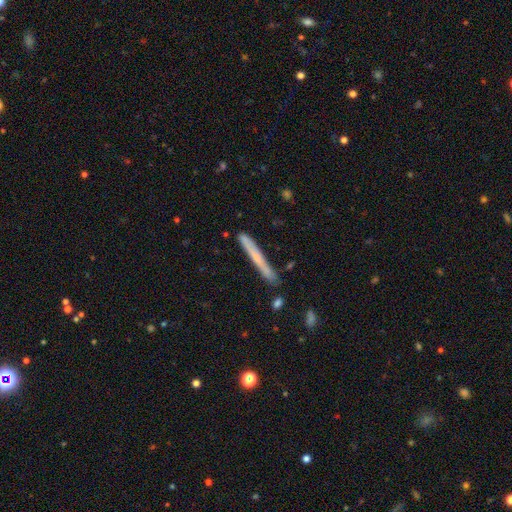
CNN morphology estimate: This appears to be a smooth galaxy with no disk features (54%) that is cigar-shaped (97%). Merging: none (83%).